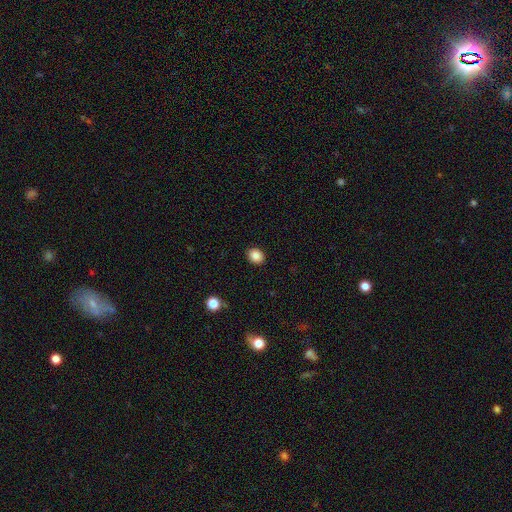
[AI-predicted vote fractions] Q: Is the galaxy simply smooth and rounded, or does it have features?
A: smooth — 87%.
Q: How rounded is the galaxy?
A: round — 60%.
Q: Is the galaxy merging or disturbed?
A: none — 90%.